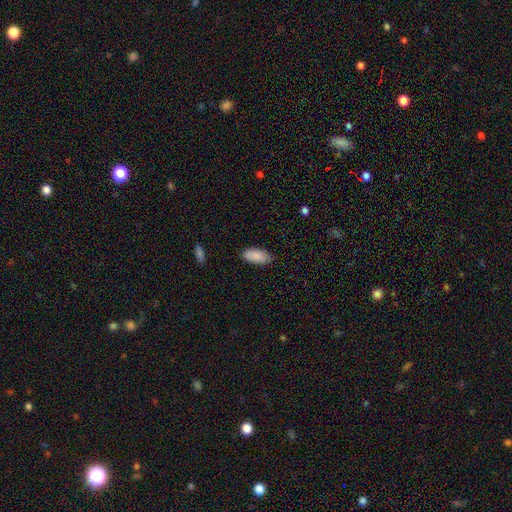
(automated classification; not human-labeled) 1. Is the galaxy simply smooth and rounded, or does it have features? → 88% smooth, 6% star or artifact, 6% featured or disk.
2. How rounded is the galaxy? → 89% in between, 9% cigar-shaped, 2% round.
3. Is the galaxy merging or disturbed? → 80% none, 16% minor disturbance, 3% major disturbance, 1% merger.